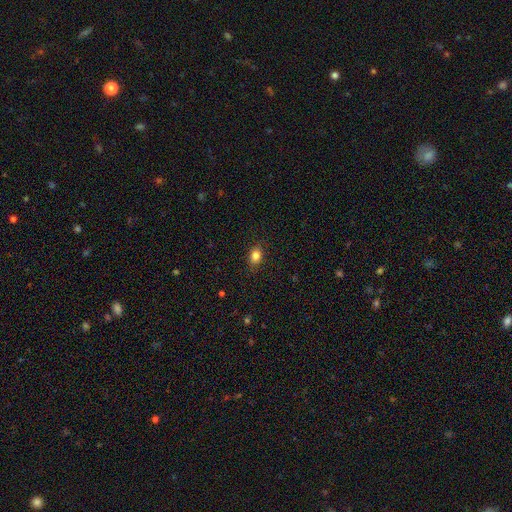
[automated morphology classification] A smooth galaxy with no disk features (82%) that is in between round and cigar-shaped (67%). Merging: none (85%).